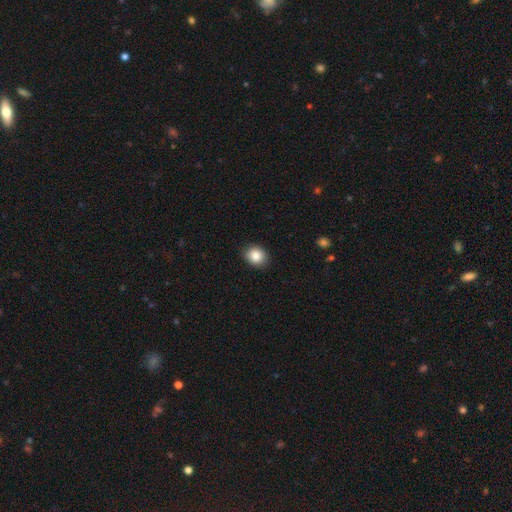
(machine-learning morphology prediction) Smooth or featured? Predicted: smooth (p=0.84). How rounded? Predicted: round (p=0.67). Merging? Predicted: none (p=0.89).